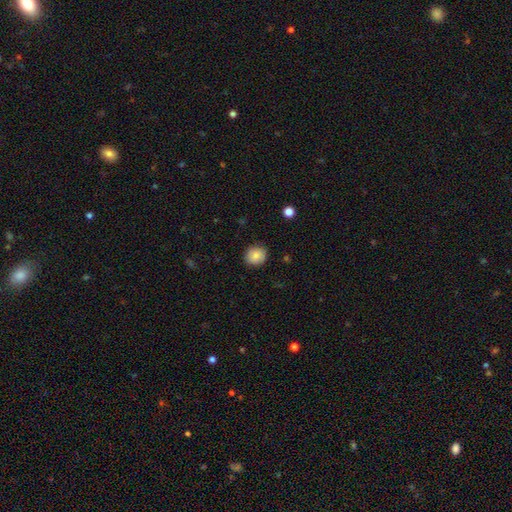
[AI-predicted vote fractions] Morphology: type=smooth (84%); roundness=round (86%); merging=none (88%).